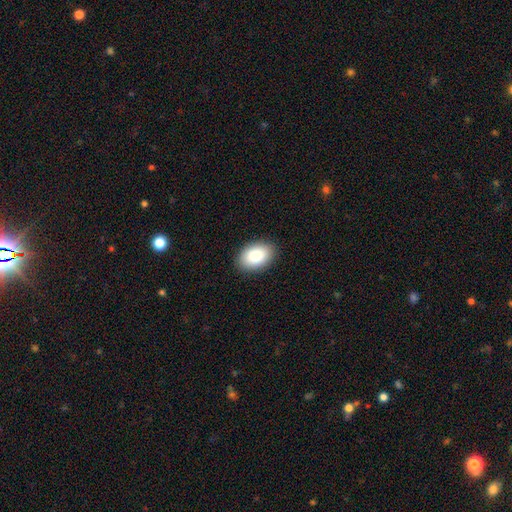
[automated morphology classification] smooth 86%, featured or disk 7%, star or artifact 7%. Down the decision tree: how rounded — in between (89%); merging — none (89%).